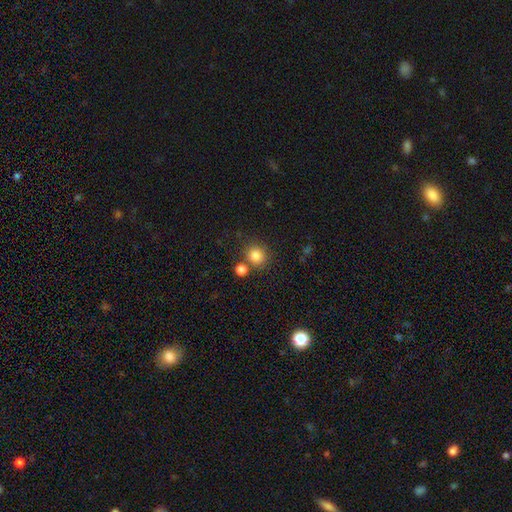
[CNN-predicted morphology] smooth_or_featured: smooth (p=0.84) [alt: star or artifact p=0.11]
how_rounded: round (p=0.85) [alt: in between p=0.14]
merging: none (p=0.69) [alt: merger p=0.18]